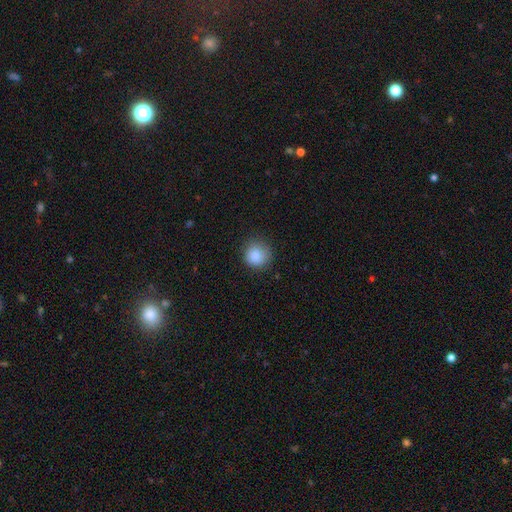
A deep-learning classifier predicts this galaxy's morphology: smooth-or-featured: smooth: 87% | star or artifact: 9% | featured or disk: 4%
  how-rounded: round: 90% | in between: 9% | cigar-shaped: 1%
  merging: none: 79% | minor disturbance: 16% | major disturbance: 4% | merger: 1%